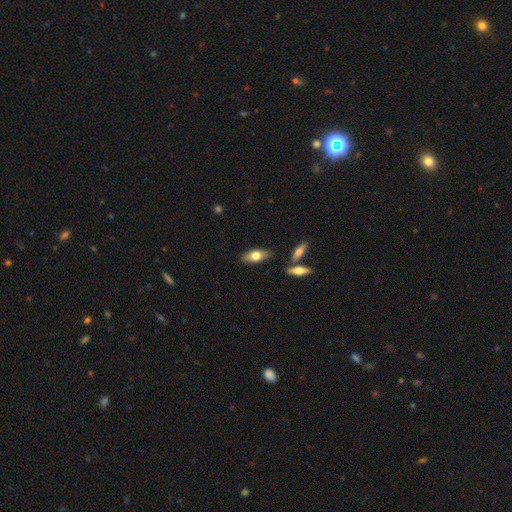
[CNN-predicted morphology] Smooth or featured? Predicted: smooth (p=0.70). How rounded? Predicted: in between (p=0.80). Merging? Predicted: none (p=0.82).